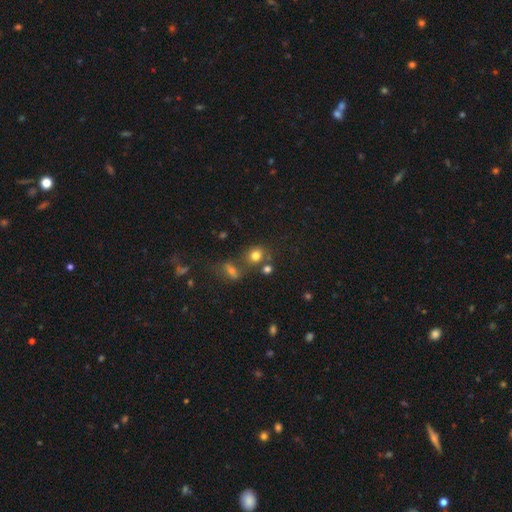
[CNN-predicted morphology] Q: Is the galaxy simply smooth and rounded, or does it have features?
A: smooth — 76%.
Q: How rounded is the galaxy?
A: round — 64%.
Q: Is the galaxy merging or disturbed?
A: none — 58%.